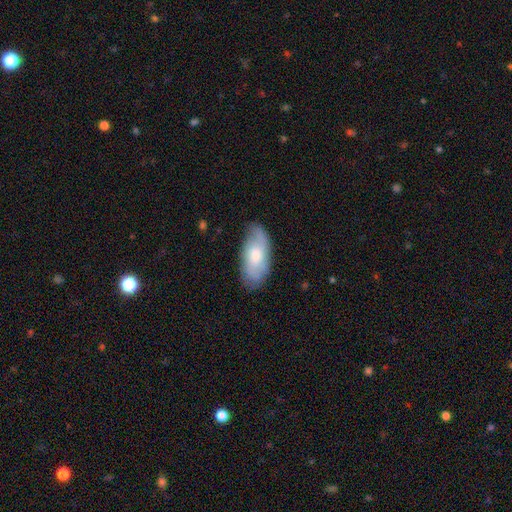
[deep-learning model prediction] smooth_or_featured: smooth (p=0.51) [alt: featured or disk p=0.42]
how_rounded: in between (p=0.90) [alt: cigar-shaped p=0.07]
merging: none (p=0.75) [alt: minor disturbance p=0.19]